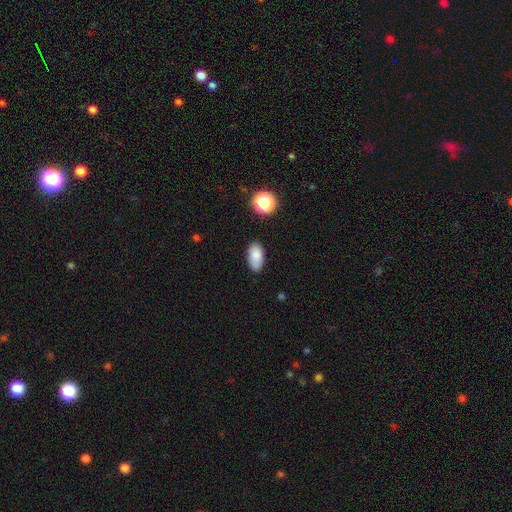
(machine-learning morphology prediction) Smooth or featured: smooth — 85% (star or artifact — 9%)
How rounded: in between — 92% (round — 4%)
Merging: none — 83% (minor disturbance — 13%)